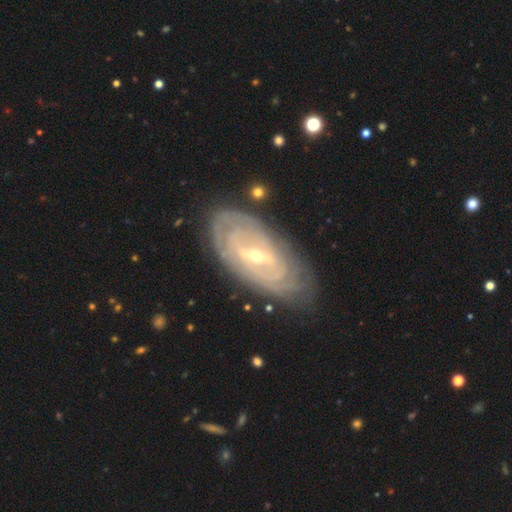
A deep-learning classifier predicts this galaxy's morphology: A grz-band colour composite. It shows a featured or disk galaxy (86%) with a weak bar (44%), tight (79%) spiral arms (90%) and a small central bulge (56%). Merging: none (79%).